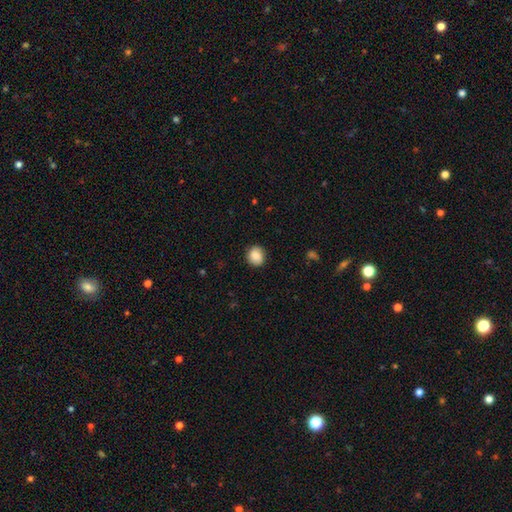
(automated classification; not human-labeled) Smooth or featured? Predicted: smooth (p=0.85). How rounded? Predicted: round (p=0.80). Merging? Predicted: none (p=0.88).